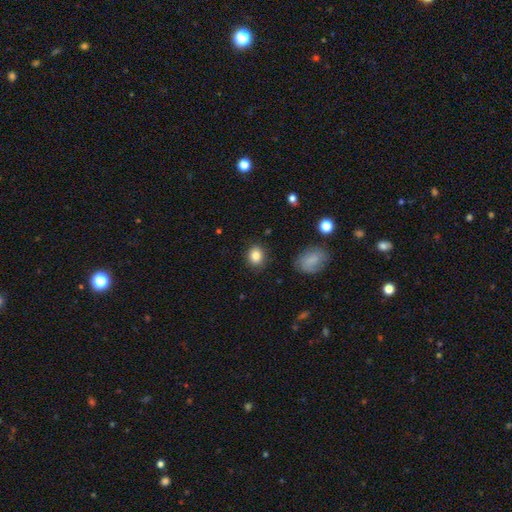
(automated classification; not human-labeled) This appears to be a smooth galaxy with no disk features (85%) that is round (61%). Merging: none (85%).